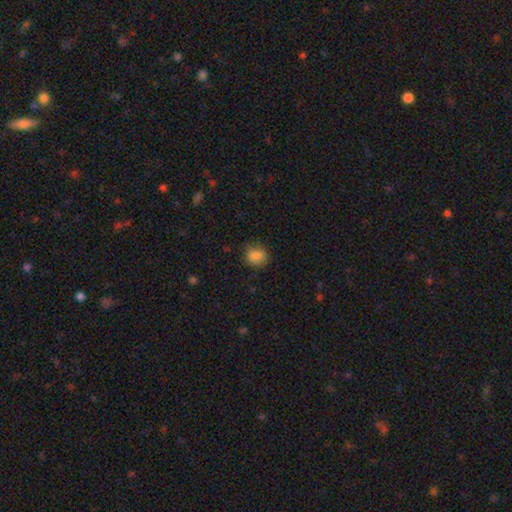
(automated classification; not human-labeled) Smooth or featured: smooth — 85% (star or artifact — 9%)
How rounded: round — 75% (in between — 24%)
Merging: none — 79% (minor disturbance — 16%)